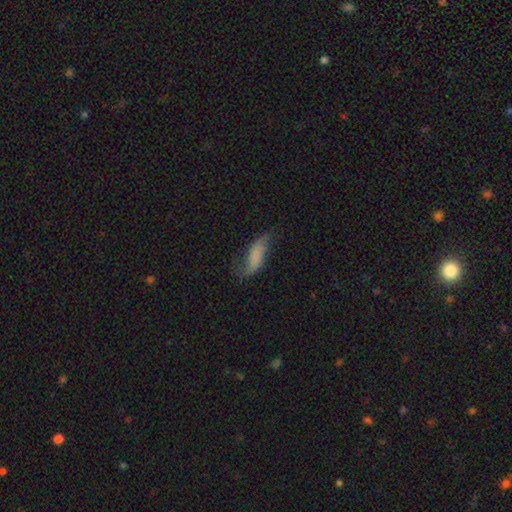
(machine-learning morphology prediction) Smooth or featured? smooth (49%)
Merging? none (55%)